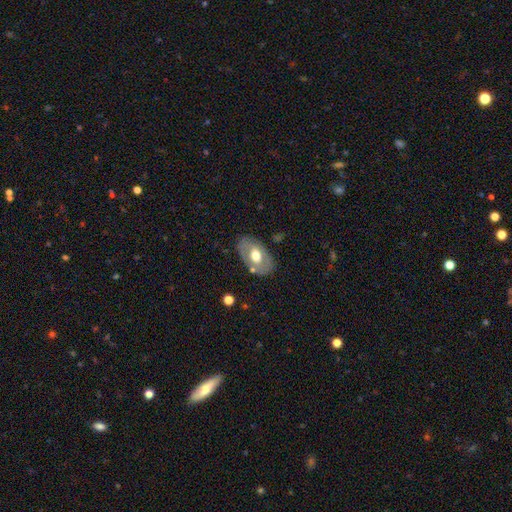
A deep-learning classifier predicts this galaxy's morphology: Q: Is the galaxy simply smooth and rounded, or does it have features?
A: featured or disk — 49%.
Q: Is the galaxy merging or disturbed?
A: none — 76%.